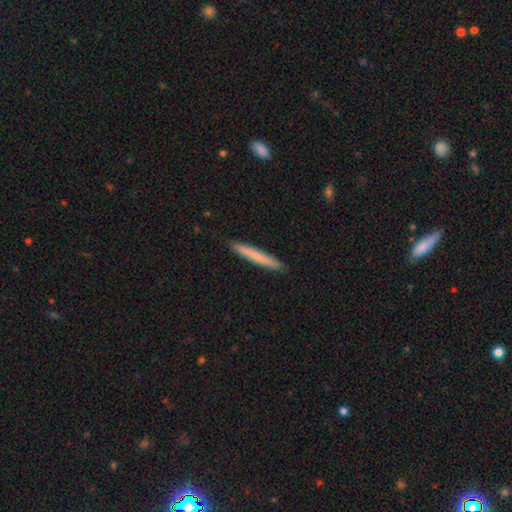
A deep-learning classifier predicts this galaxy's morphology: This appears to be a smooth galaxy with no disk features (74%) that is cigar-shaped (97%). Merging: none (92%).